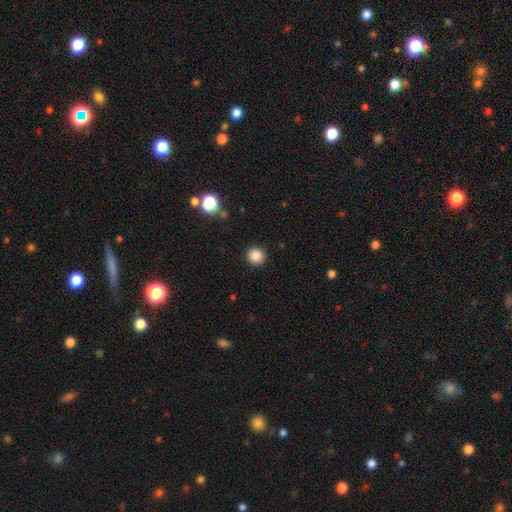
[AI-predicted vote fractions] Smooth or featured? Predicted: smooth (p=0.86). How rounded? Predicted: round (p=0.94). Merging? Predicted: none (p=0.91).